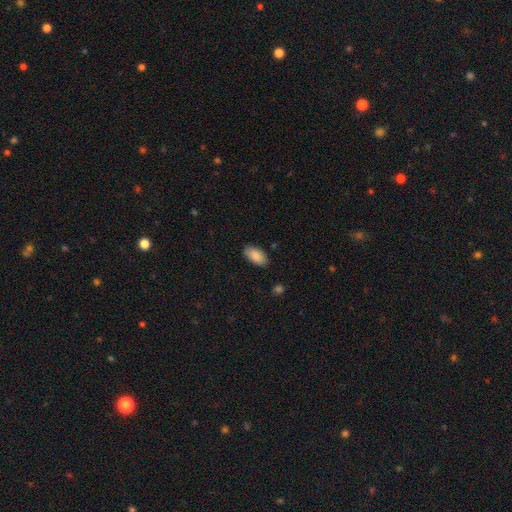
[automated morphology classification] A smooth galaxy with no disk features (89%) that is in between round and cigar-shaped (94%). Merging: none (85%).